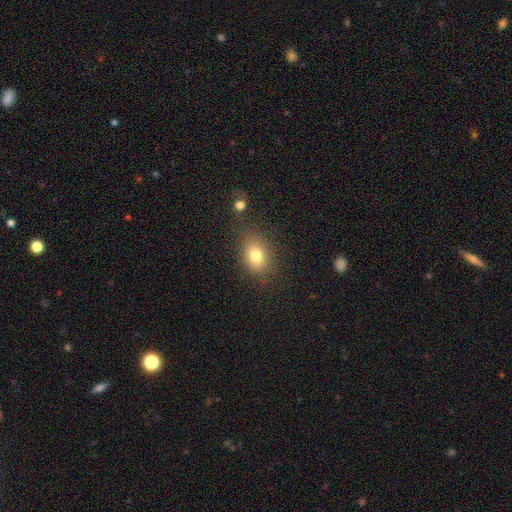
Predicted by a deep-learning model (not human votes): Smooth or featured: smooth — 79% (star or artifact — 11%)
How rounded: in between — 66% (round — 33%)
Merging: none — 74% (minor disturbance — 15%)